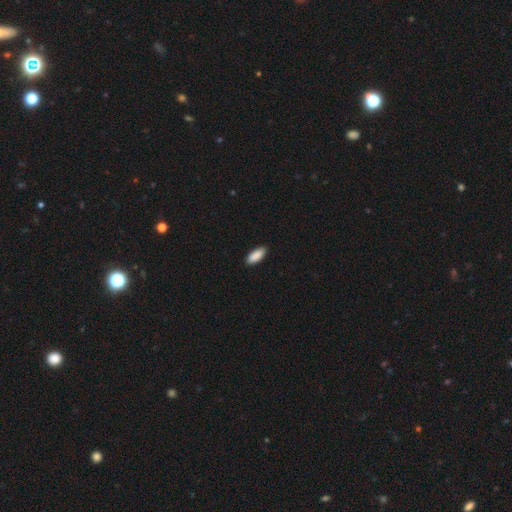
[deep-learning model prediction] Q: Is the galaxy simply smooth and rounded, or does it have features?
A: smooth — 90%.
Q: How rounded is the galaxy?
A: in between — 82%.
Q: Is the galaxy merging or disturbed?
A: none — 88%.